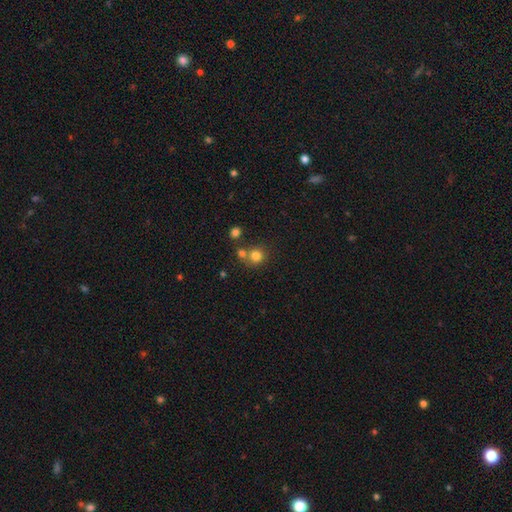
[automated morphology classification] The model was most divided on "merging": none: 62%, merger: 27%, minor disturbance: 8%, major disturbance: 3%. More confident: how rounded — round (89%); smooth or featured — smooth (79%).